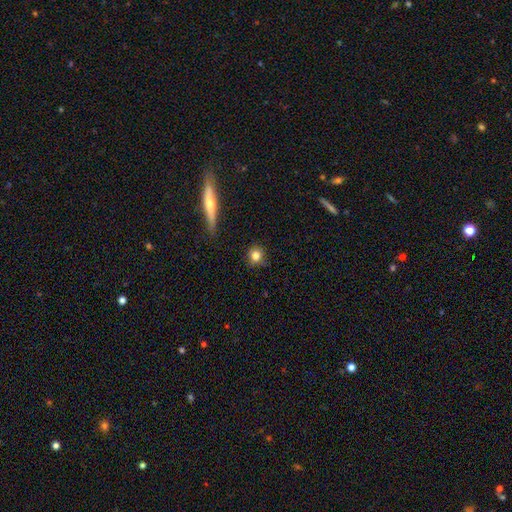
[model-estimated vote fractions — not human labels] This is clearly a smooth galaxy (81%). How rounded: clearly round (89%). Merging: clearly none (84%).